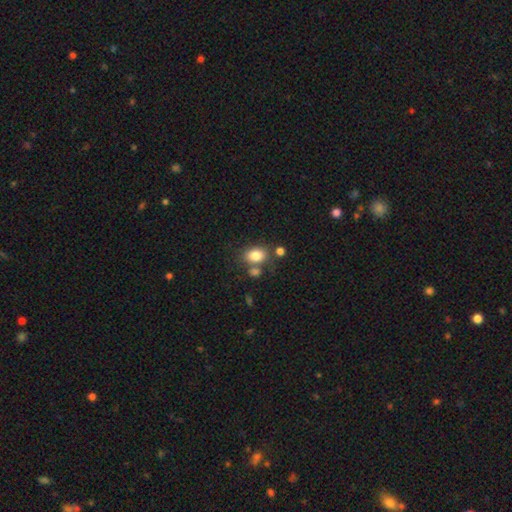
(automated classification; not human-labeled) Smooth or featured: smooth — 82% (star or artifact — 10%)
How rounded: in between — 70% (round — 29%)
Merging: none — 60% (merger — 20%)